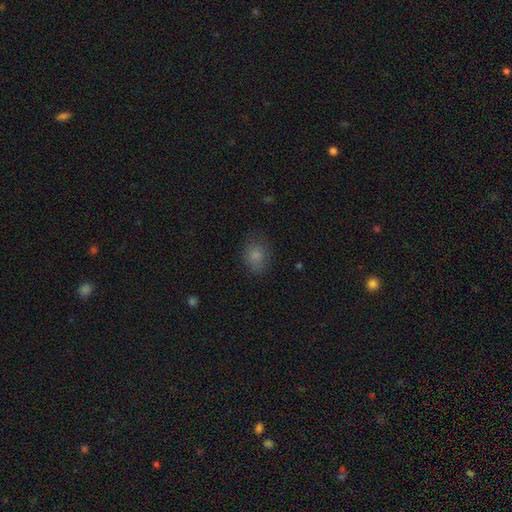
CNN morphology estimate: smooth_or_featured: smooth (p=0.82) [alt: star or artifact p=0.11]
how_rounded: in between (p=0.59) [alt: round p=0.40]
merging: none (p=0.74) [alt: minor disturbance p=0.19]